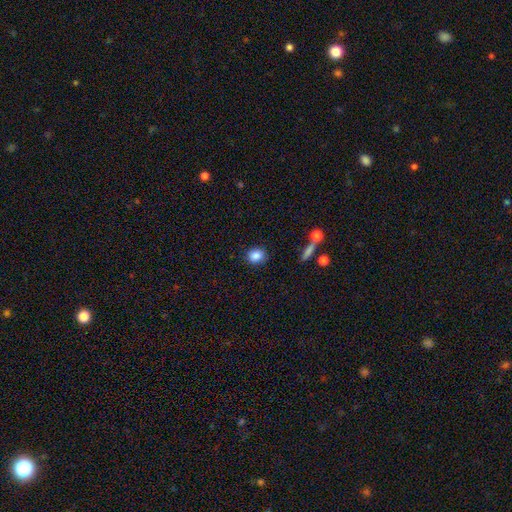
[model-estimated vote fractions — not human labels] This appears to be a smooth galaxy with no disk features (86%) that is round (65%). Merging: none (85%).